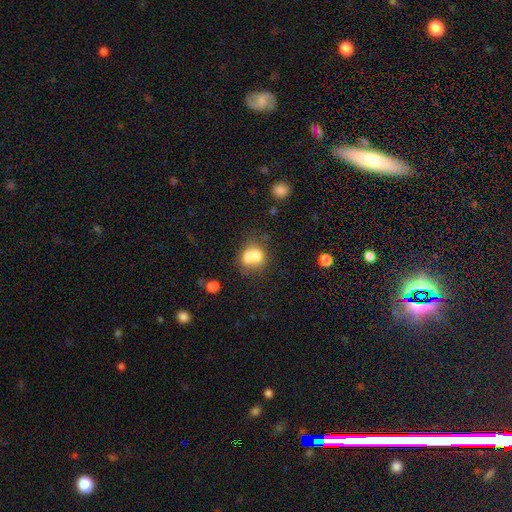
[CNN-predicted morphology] smooth_or_featured: smooth (p=0.68) [alt: featured or disk p=0.22]
how_rounded: round (p=0.65) [alt: in between p=0.34]
merging: merger (p=0.63) [alt: none p=0.25]